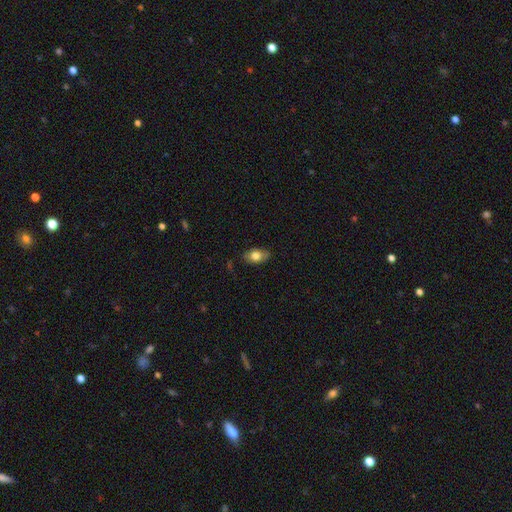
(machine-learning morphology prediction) Smooth or featured?
  - smooth: 76% *
  - featured or disk: 17%
  - star or artifact: 7%
How rounded?
  - in between: 89% *
  - round: 9%
  - cigar-shaped: 2%
Merging?
  - none: 81% *
  - minor disturbance: 15%
  - major disturbance: 3%
  - merger: 1%